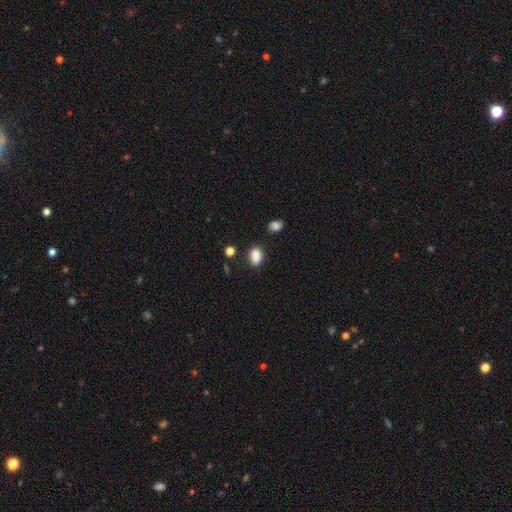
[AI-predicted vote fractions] The model was most divided on "merging": none: 78%, minor disturbance: 14%, merger: 4%, major disturbance: 4%. More confident: smooth or featured — smooth (86%); how rounded — in between (82%).